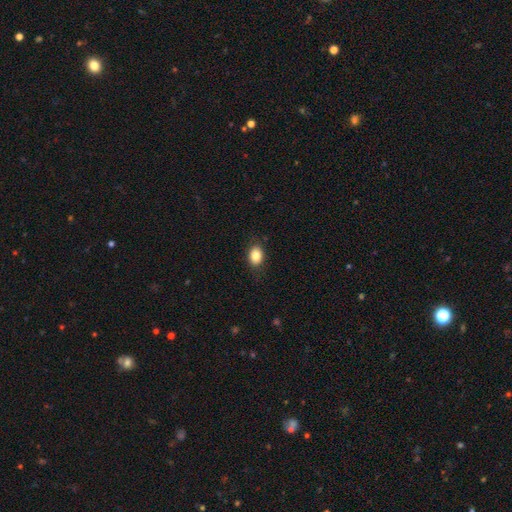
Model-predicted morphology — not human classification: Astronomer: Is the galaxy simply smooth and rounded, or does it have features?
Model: smooth — 85%.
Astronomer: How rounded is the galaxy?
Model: in between — 75%.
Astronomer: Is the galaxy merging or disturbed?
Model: none — 84%.